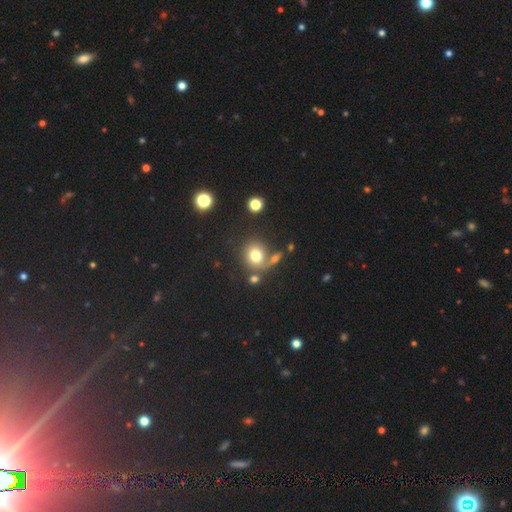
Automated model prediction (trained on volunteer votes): This appears to be a smooth galaxy with no disk features (74%) that is round (79%). Merging: none (60%).